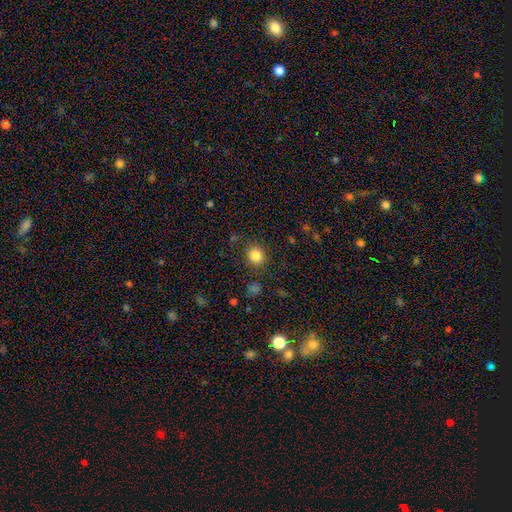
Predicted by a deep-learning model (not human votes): Overall: smooth (83%). How rounded: round (83%). Merging: none (86%).